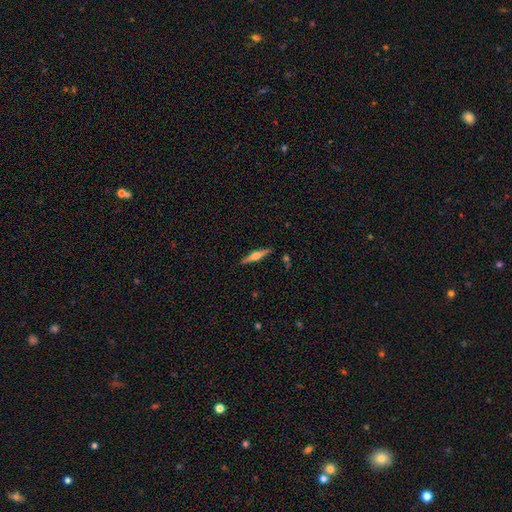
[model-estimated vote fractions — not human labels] Morphology: type=featured or disk (66%); edge-on=yes (98%); edge-on bulge=rounded (85%); merging=none (89%).